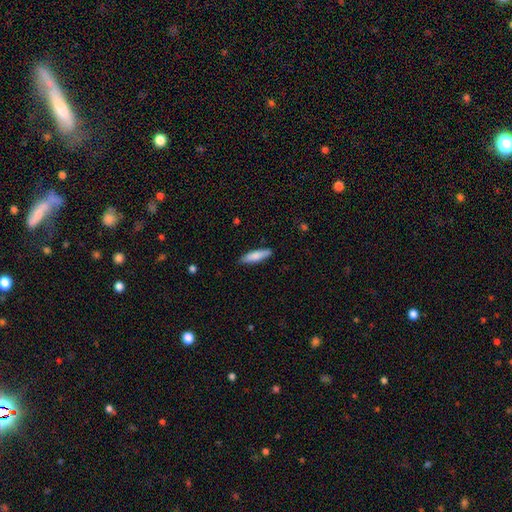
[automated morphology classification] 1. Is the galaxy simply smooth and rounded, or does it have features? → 80% smooth, 14% featured or disk, 6% star or artifact.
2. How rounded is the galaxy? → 69% cigar-shaped, 30% in between, 1% round.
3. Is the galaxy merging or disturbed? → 86% none, 11% minor disturbance, 2% major disturbance, 1% merger.